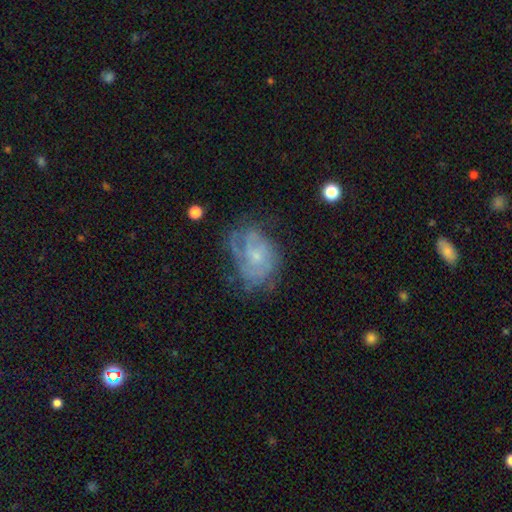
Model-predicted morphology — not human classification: Q: Smooth or featured?
A: featured or disk (74%); runner-up: smooth (17%)
Q: Edge-on disk?
A: no (97%); runner-up: yes (3%)
Q: Bar?
A: no (74%); runner-up: weak (23%)
Q: Spiral arms?
A: yes (87%); runner-up: no (13%)
Q: Spiral winding?
A: tight (56%); runner-up: medium (32%)
Q: Spiral arm count?
A: can't tell (45%); runner-up: 2 (22%)
Q: Bulge size?
A: small (69%); runner-up: moderate (22%)
Q: Merging?
A: none (56%); runner-up: minor disturbance (25%)